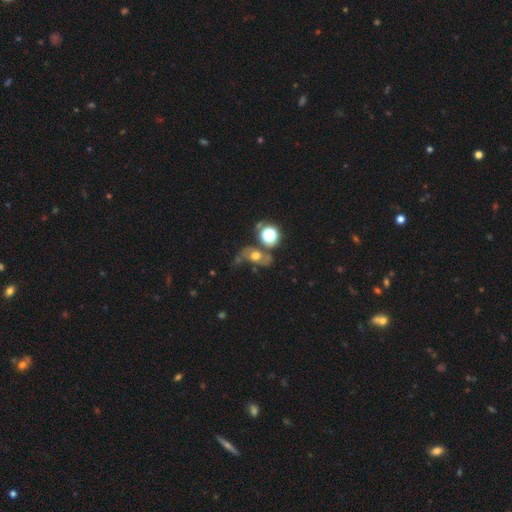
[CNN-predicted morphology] The model was most divided on "smooth or featured": featured or disk: 41%, smooth: 39%, star or artifact: 20%. Remaining: merging — none (40%).